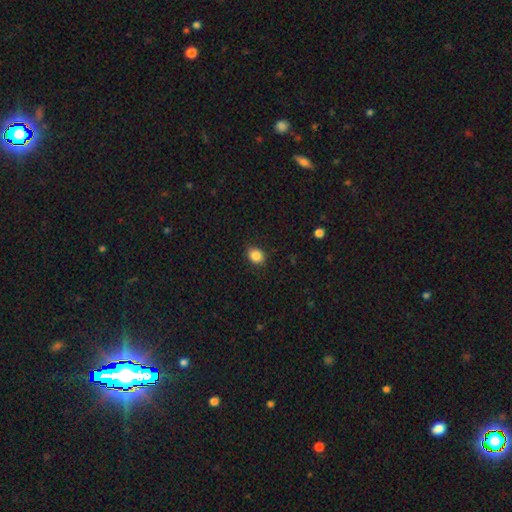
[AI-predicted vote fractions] This is clearly a smooth galaxy (86%). How rounded: possibly round (53%). Merging: clearly none (87%).